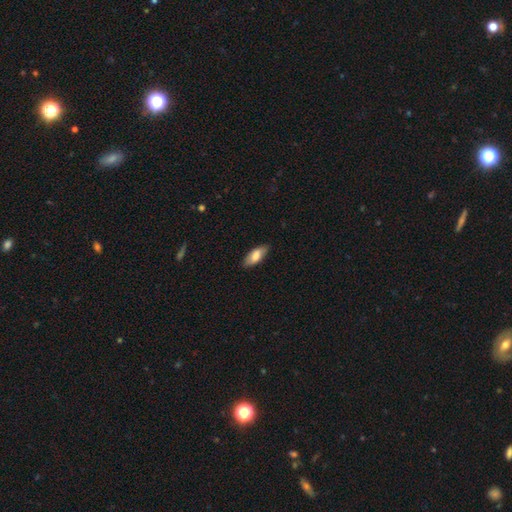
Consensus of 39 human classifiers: Overall: smooth (69%). How rounded: in between (93%). Merging: none (89%).